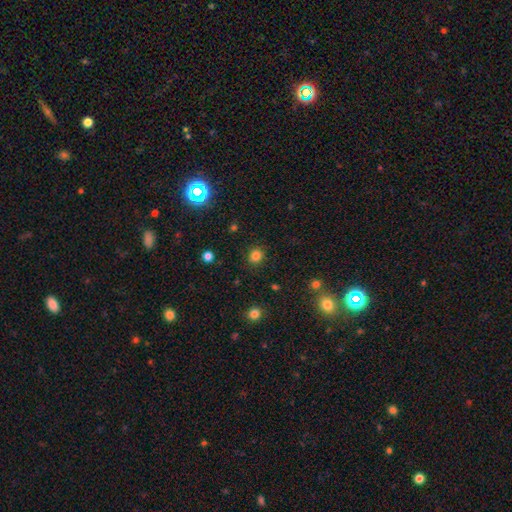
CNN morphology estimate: A smooth galaxy with no disk features (81%) that is round (83%).

Vote fractions:
- Smooth or featured? smooth: 81% / star or artifact: 15% / featured or disk: 4%
- How rounded? round: 83% / in between: 16% / cigar-shaped: 1%
- Merging? none: 89% / minor disturbance: 7% / major disturbance: 3% / merger: 1%